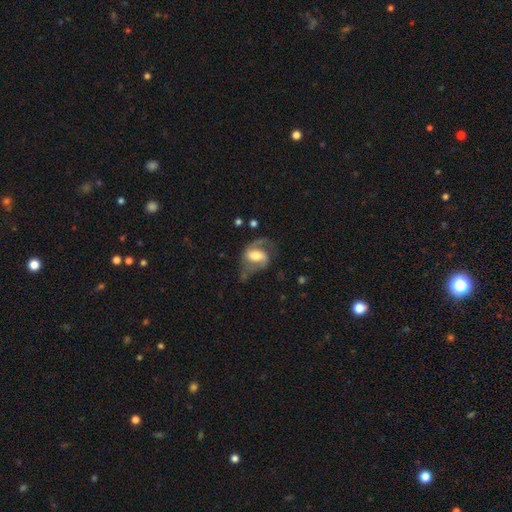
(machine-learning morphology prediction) Smooth or featured? Predicted: featured or disk (p=0.76). Edge-on disk? Predicted: no (p=0.97). Bar? Predicted: weak (p=0.45). Spiral arms? Predicted: yes (p=0.90). Spiral winding? Predicted: medium (p=0.48). Spiral arm count? Predicted: 2 (p=0.83). Bulge size? Predicted: moderate (p=0.51). Merging? Predicted: none (p=0.52).